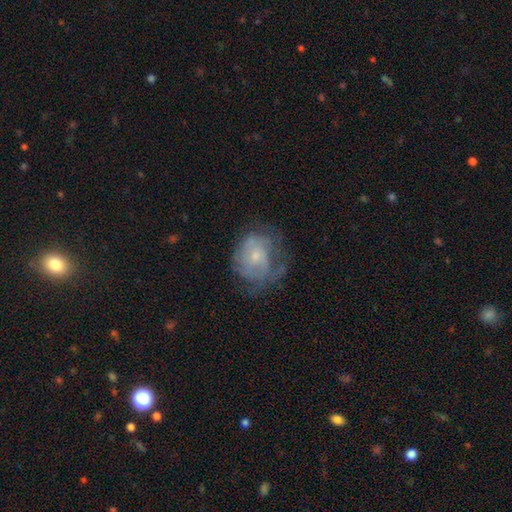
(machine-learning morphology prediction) Smooth or featured: featured or disk — 55% (smooth — 36%)
Edge-on disk: no — 97% (yes — 3%)
Bar: no — 72% (weak — 25%)
Spiral arms: yes — 65% (no — 35%)
Bulge size: small — 60% (moderate — 31%)
Merging: none — 48% (minor disturbance — 27%)